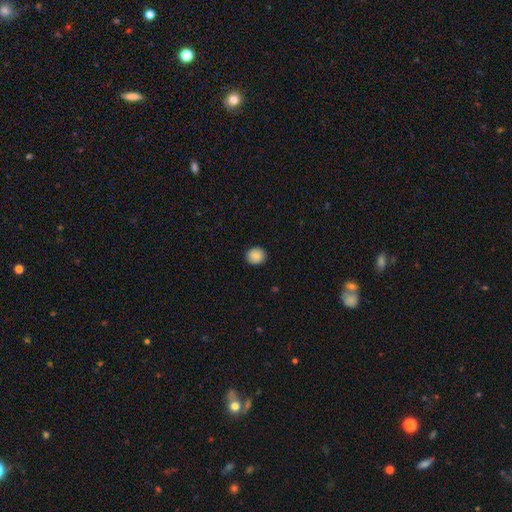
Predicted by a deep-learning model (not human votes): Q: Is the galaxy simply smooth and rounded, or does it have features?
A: smooth — 87%.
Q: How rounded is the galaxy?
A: round — 84%.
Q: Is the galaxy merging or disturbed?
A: none — 90%.